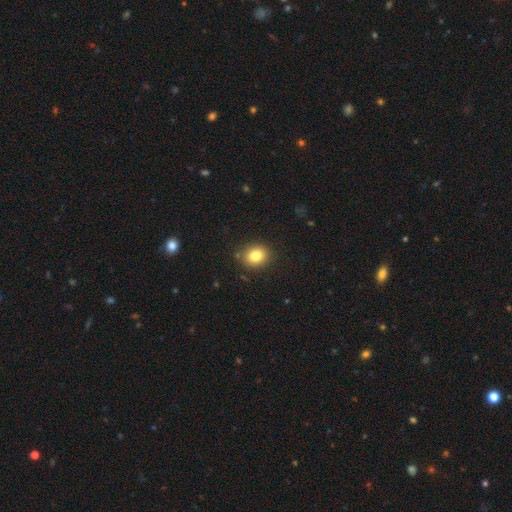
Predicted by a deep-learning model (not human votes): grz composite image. It shows a smooth galaxy with no disk features (80%) that is round (65%). Merging: none (86%).